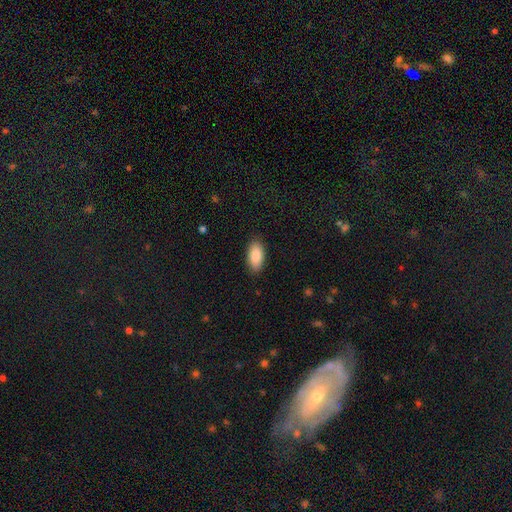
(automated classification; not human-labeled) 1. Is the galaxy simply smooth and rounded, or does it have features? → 90% smooth, 6% star or artifact, 4% featured or disk.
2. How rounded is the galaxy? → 93% in between, 4% cigar-shaped, 2% round.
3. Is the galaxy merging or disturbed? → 87% none, 10% minor disturbance, 2% major disturbance, 1% merger.